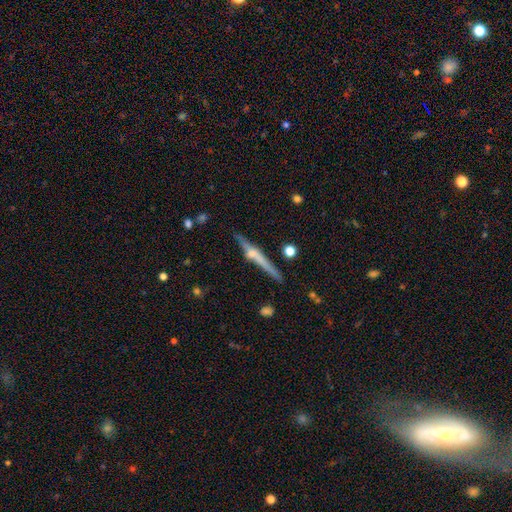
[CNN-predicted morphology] Q: Smooth or featured?
A: featured or disk (68%); runner-up: smooth (25%)
Q: Edge-on disk?
A: yes (96%); runner-up: no (4%)
Q: Edge-on bulge?
A: rounded (71%); runner-up: none (20%)
Q: Merging?
A: none (77%); runner-up: minor disturbance (14%)